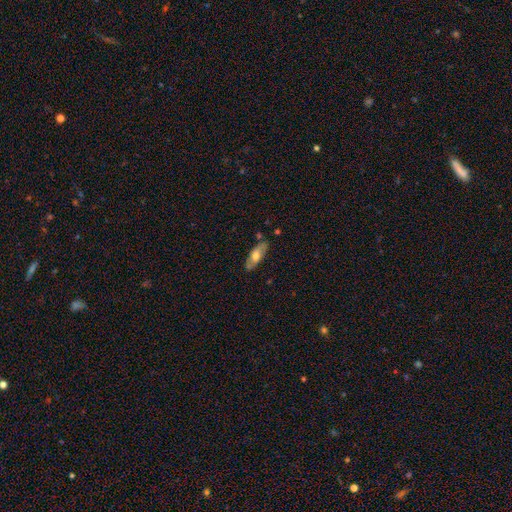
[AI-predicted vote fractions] Smooth or featured?
  - smooth: 55% *
  - featured or disk: 39%
  - star or artifact: 6%
How rounded?
  - in between: 70% *
  - cigar-shaped: 27%
  - round: 2%
Merging?
  - none: 81% *
  - minor disturbance: 14%
  - merger: 3%
  - major disturbance: 3%